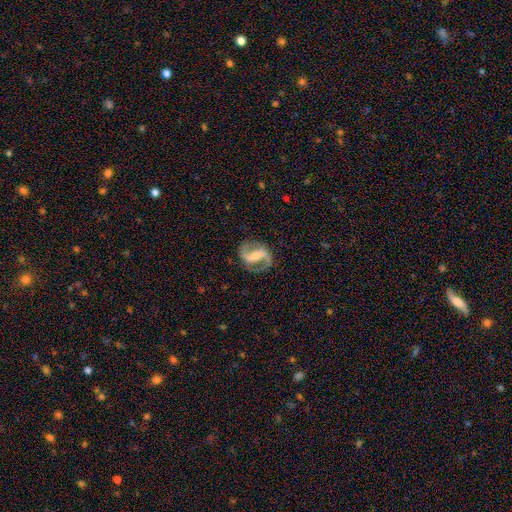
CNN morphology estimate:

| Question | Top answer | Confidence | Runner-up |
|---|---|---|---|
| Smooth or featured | featured or disk | 88% | smooth (7%) |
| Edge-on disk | no | 97% | yes (3%) |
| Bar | strong | 50% | weak (35%) |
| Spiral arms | yes | 96% | no (4%) |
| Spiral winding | medium | 52% | loose (33%) |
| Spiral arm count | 2 | 92% | 1 (3%) |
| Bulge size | small | 44% | moderate (34%) |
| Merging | none | 80% | minor disturbance (12%) |